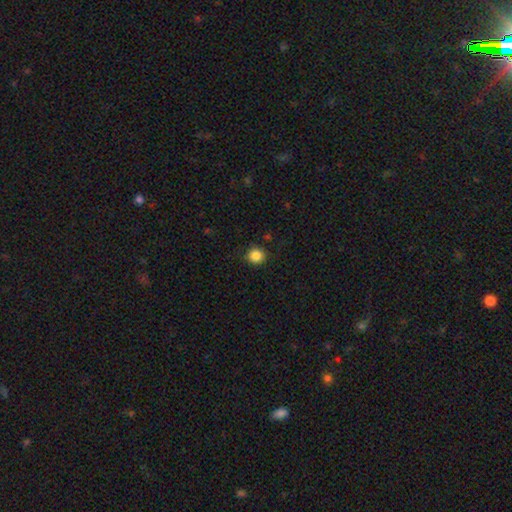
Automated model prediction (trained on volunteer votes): Q: Smooth or featured?
A: smooth (86%); runner-up: star or artifact (11%)
Q: How rounded?
A: round (93%); runner-up: in between (6%)
Q: Merging?
A: none (89%); runner-up: minor disturbance (7%)